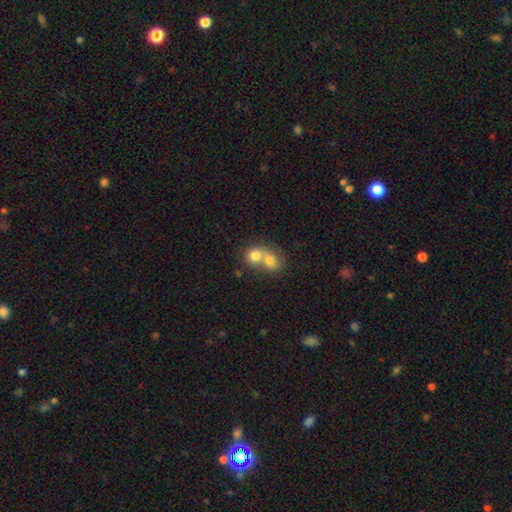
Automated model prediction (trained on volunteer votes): This appears to be a smooth galaxy with no disk features (73%) that is round (65%). Merging: merger (75%).